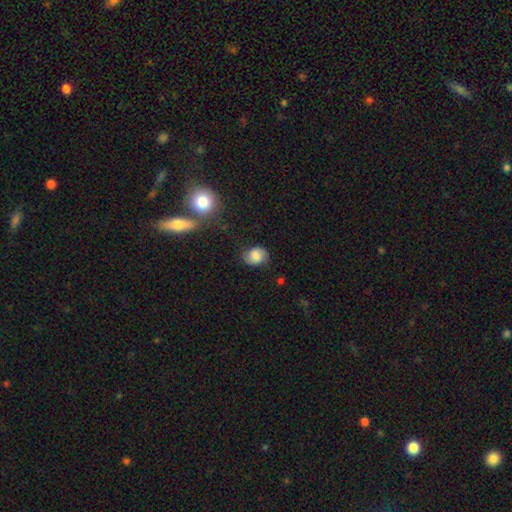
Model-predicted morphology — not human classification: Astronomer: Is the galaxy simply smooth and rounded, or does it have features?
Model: smooth — 65%.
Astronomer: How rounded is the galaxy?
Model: in between — 52% (runner-up: round, 47%).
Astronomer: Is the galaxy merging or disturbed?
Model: none — 73%.